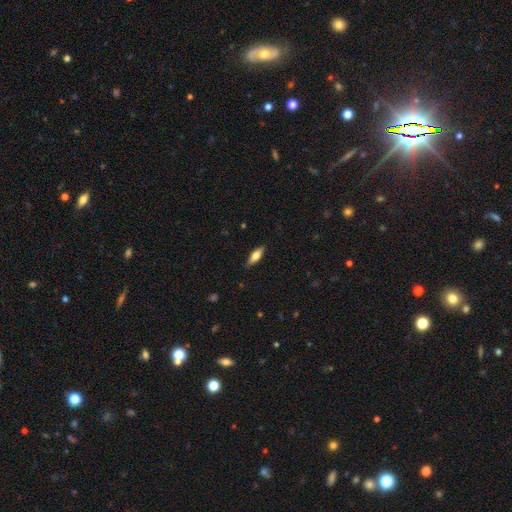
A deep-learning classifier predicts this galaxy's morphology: A smooth galaxy with no disk features (65%) that is in between round and cigar-shaped (58%). Merging: none (86%).